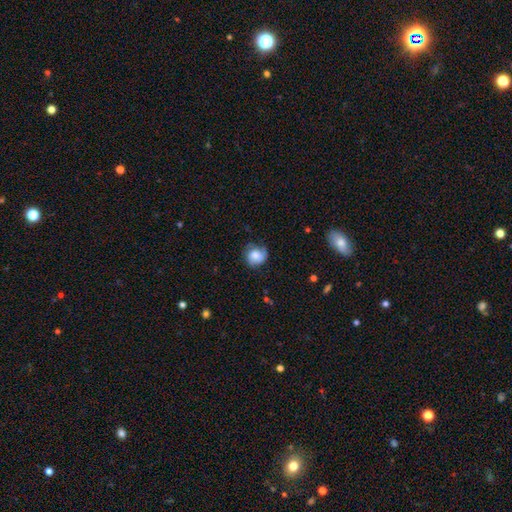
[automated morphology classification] This appears to be a smooth galaxy with no disk features (69%) that is round (78%). Merging: none (57%).